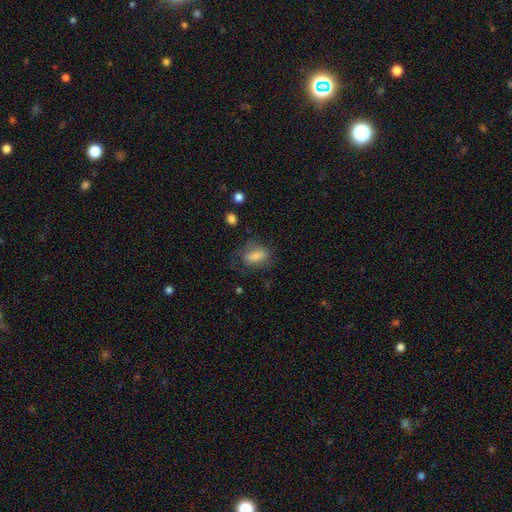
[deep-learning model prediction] Smooth or featured: smooth — 73% (featured or disk — 19%)
How rounded: in between — 84% (round — 10%)
Merging: none — 57% (minor disturbance — 23%)